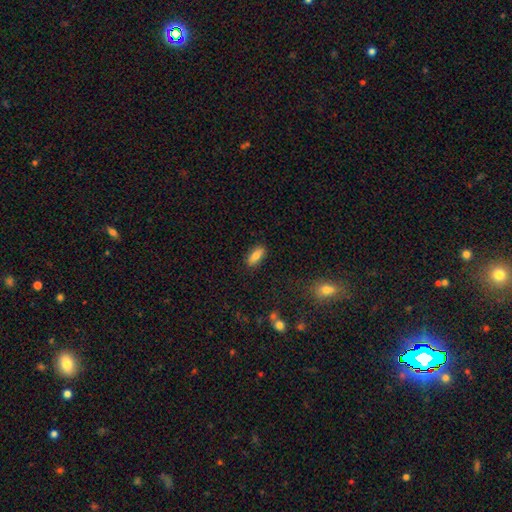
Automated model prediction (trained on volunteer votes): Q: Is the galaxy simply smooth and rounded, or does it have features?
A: smooth — 80%.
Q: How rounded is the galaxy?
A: in between — 81%.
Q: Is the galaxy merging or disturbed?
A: none — 87%.